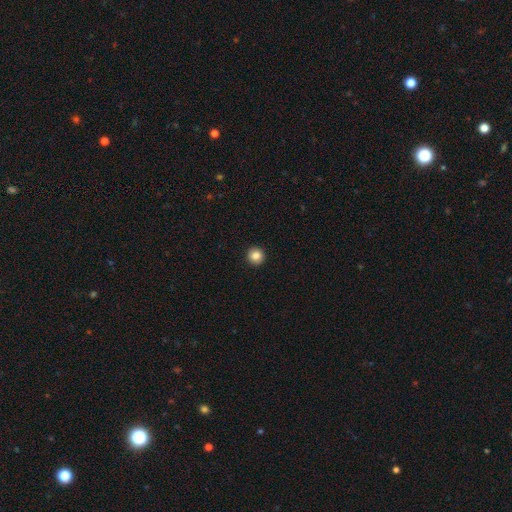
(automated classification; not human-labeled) A smooth galaxy with no disk features (85%) that is round (94%). Merging: none (93%).